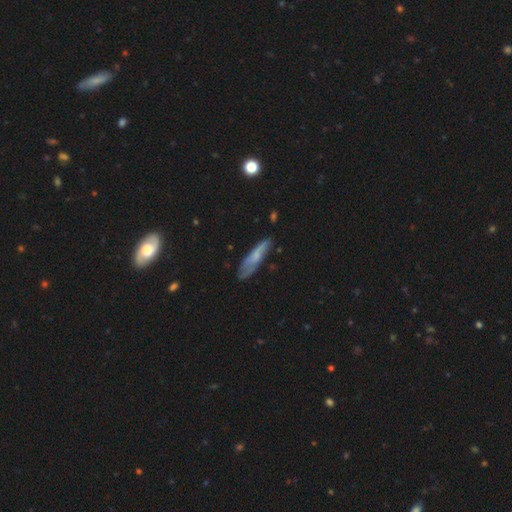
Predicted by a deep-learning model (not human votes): Morphology: type=smooth (57%); roundness=cigar-shaped (72%); merging=none (65%).